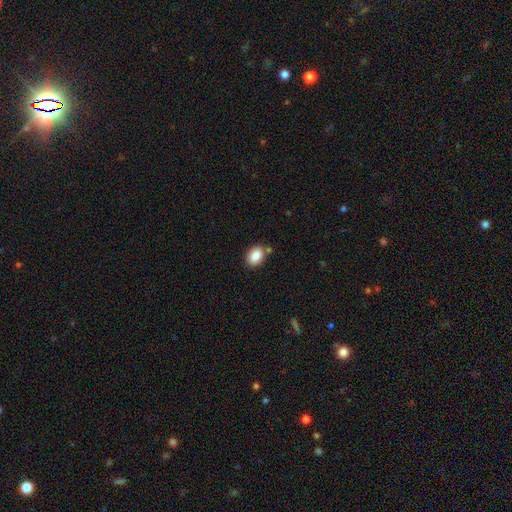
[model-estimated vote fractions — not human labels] A smooth galaxy with no disk features (86%) that is in between round and cigar-shaped (76%). Merging: none (78%).